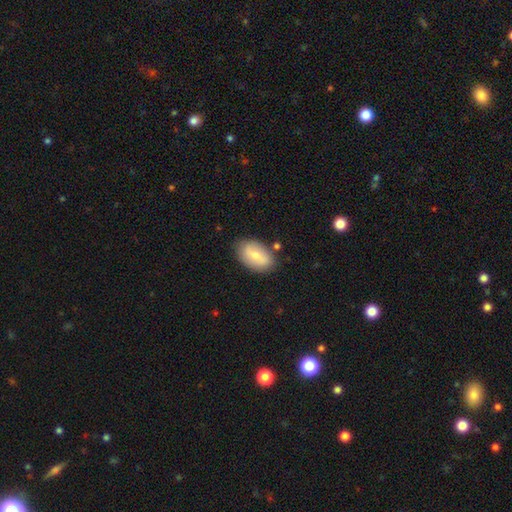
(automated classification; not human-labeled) Smooth or featured? smooth (69%)
How rounded? in between (92%)
Merging? none (80%)